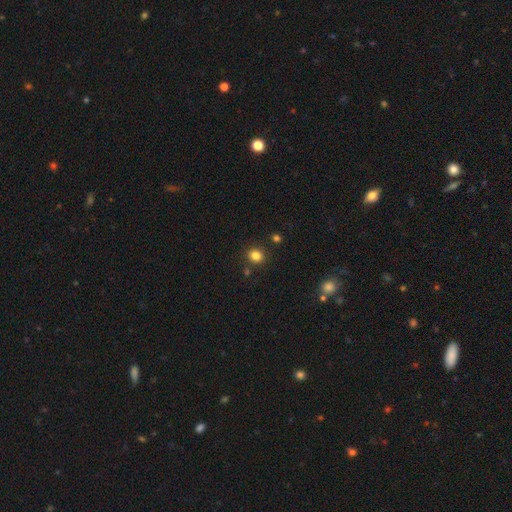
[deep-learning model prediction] A smooth galaxy with no disk features (82%) that is round (78%).

Vote fractions:
- Smooth or featured? smooth: 82% / star or artifact: 13% / featured or disk: 5%
- How rounded? round: 78% / in between: 21% / cigar-shaped: 1%
- Merging? none: 85% / minor disturbance: 8% / merger: 4% / major disturbance: 2%